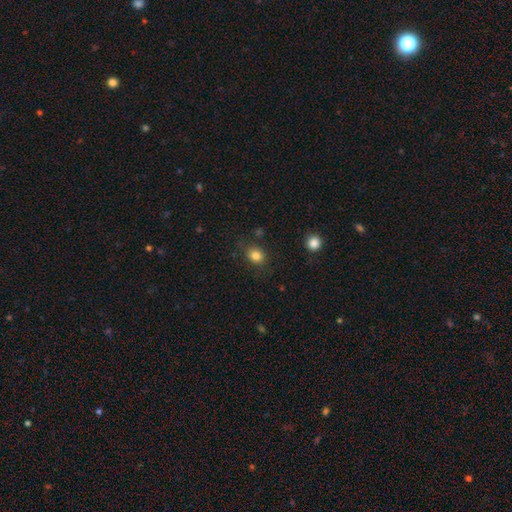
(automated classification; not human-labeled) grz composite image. It shows a smooth galaxy with no disk features (83%) that is round (58%). Merging: none (78%).